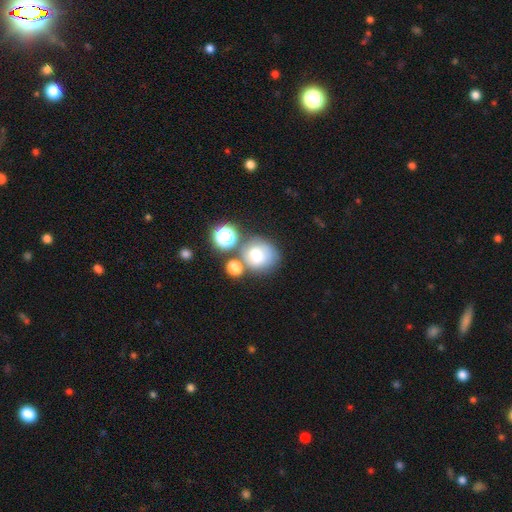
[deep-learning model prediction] Overall: smooth (67%). How rounded: round (82%). Merging: none (57%; merger 22%).